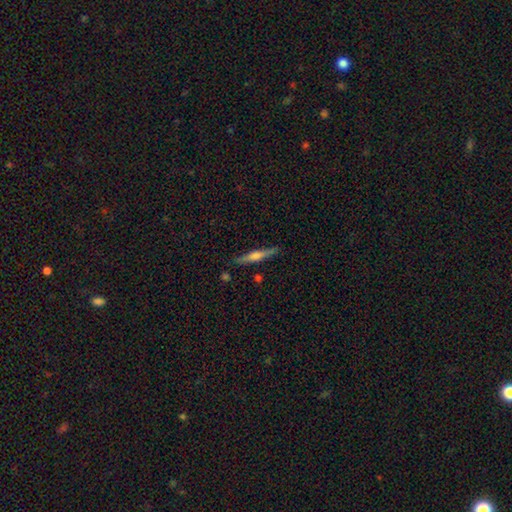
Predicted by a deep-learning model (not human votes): Smooth or featured? Predicted: featured or disk (p=0.56). Edge-on disk? Predicted: yes (p=0.97). Edge-on bulge? Predicted: rounded (p=0.70). Merging? Predicted: none (p=0.86).